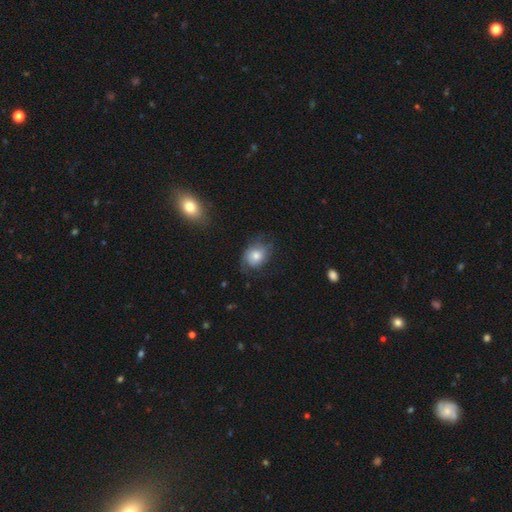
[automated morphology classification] smooth 63%, featured or disk 29%, star or artifact 9%. Down the decision tree: how rounded — round (53%); merging — none (56%).